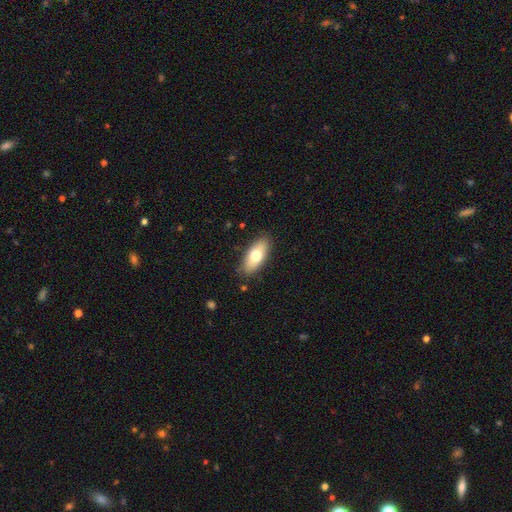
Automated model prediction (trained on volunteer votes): A smooth galaxy with no disk features (69%) that is in between round and cigar-shaped (83%). Merging: none (85%).